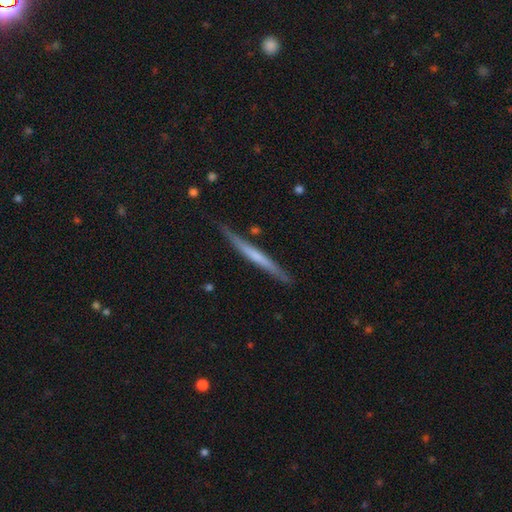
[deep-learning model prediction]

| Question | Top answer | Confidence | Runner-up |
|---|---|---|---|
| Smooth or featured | featured or disk | 53% | smooth (42%) |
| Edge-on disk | yes | 96% | no (4%) |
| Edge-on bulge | none | 77% | rounded (14%) |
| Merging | none | 84% | minor disturbance (12%) |